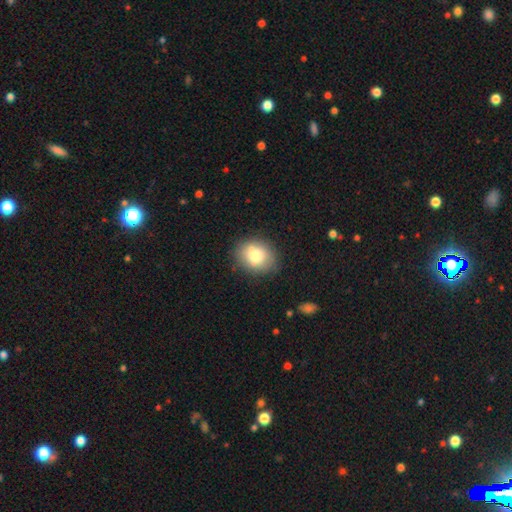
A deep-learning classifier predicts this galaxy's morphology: A smooth galaxy with no disk features (76%) that is round (60%).

Vote fractions:
- Smooth or featured? smooth: 76% / featured or disk: 15% / star or artifact: 9%
- How rounded? round: 60% / in between: 40% / cigar-shaped: 1%
- Merging? none: 71% / minor disturbance: 17% / merger: 8% / major disturbance: 4%